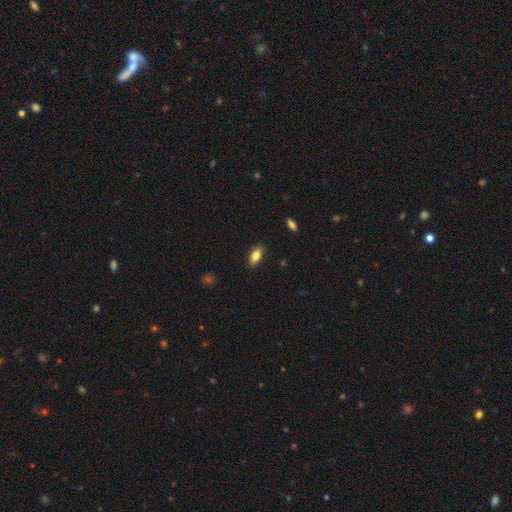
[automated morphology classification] This is likely a smooth galaxy (79%). How rounded: clearly in between (86%). Merging: clearly none (87%).